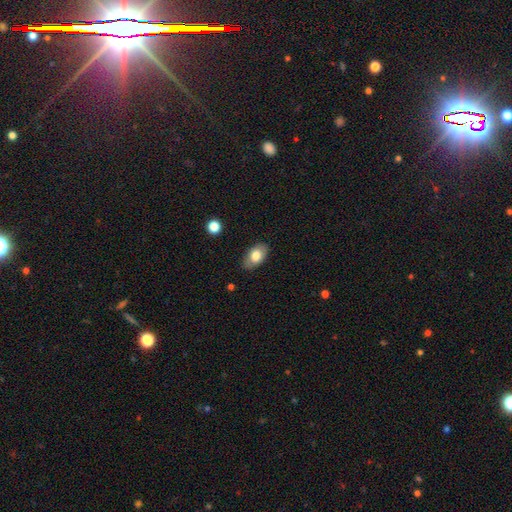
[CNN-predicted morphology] This appears to be a smooth galaxy with no disk features (75%) that is in between round and cigar-shaped (92%). Merging: none (84%).